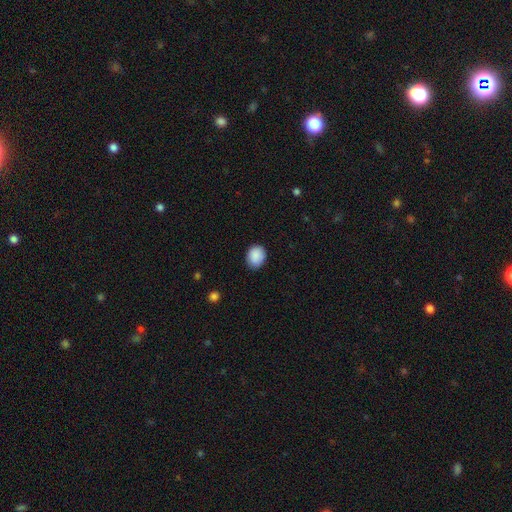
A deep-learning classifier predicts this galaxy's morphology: The model was most divided on "how rounded": round: 53%, in between: 46%, cigar-shaped: 1%. More confident: smooth or featured — smooth (90%); merging — none (84%).